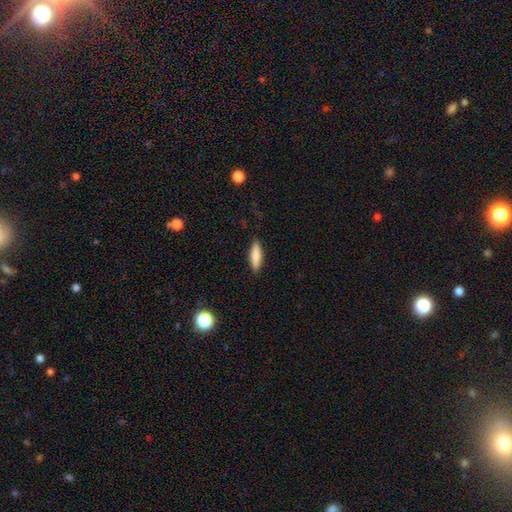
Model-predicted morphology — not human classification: Smooth or featured? smooth (81%)
How rounded? cigar-shaped (67%)
Merging? none (88%)